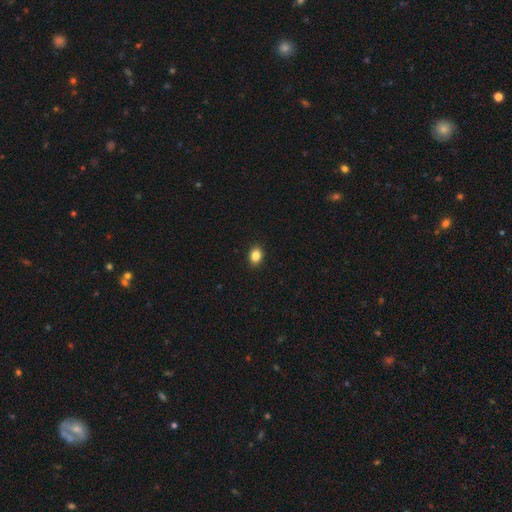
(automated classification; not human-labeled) The model was most divided on "how rounded": in between: 61%, round: 38%, cigar-shaped: 1%. More confident: merging — none (91%); smooth or featured — smooth (85%).